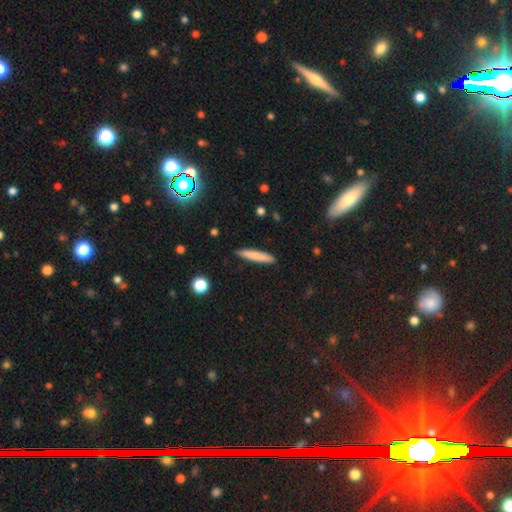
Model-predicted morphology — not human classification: Smooth or featured? smooth (80%)
How rounded? cigar-shaped (93%)
Merging? none (90%)